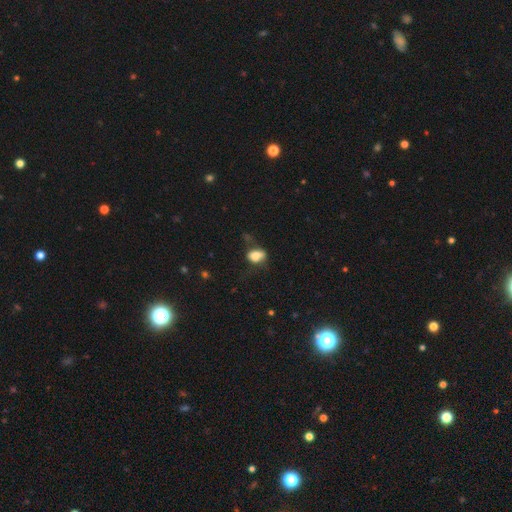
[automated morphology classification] Smooth or featured? smooth (73%)
How rounded? in between (79%)
Merging? none (35%)